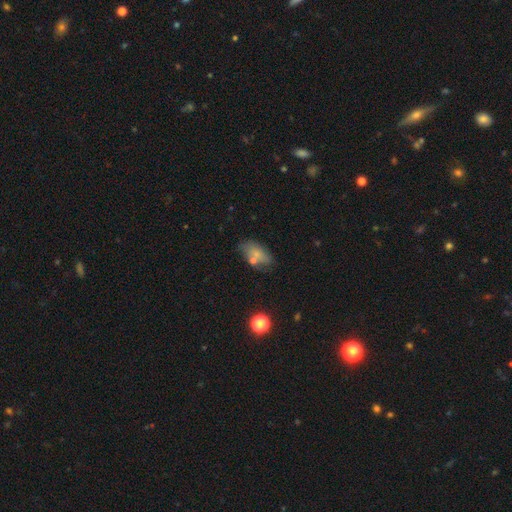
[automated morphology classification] A smooth galaxy with no disk features (68%) that is in between round and cigar-shaped (87%). Merging: none (59%).